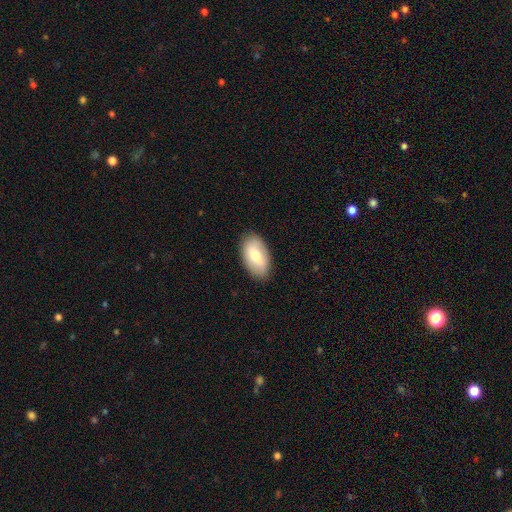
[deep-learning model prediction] Morphology: type=smooth (68%); roundness=in between (94%); merging=none (86%).